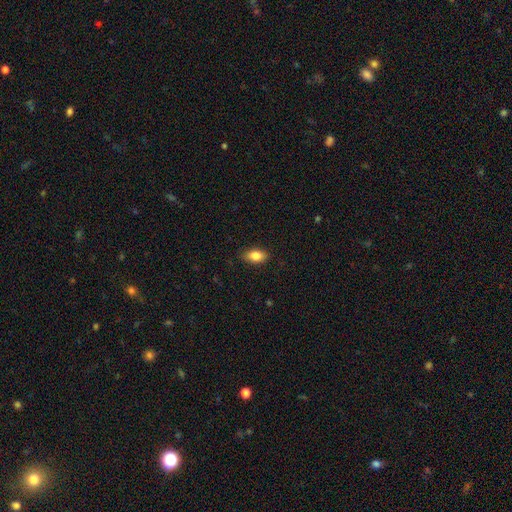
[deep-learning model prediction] A smooth galaxy with no disk features (84%) that is in between round and cigar-shaped (89%).

Vote fractions:
- Smooth or featured? smooth: 84% / featured or disk: 9% / star or artifact: 7%
- How rounded? in between: 89% / round: 6% / cigar-shaped: 5%
- Merging? none: 87% / minor disturbance: 10% / major disturbance: 2% / merger: 1%